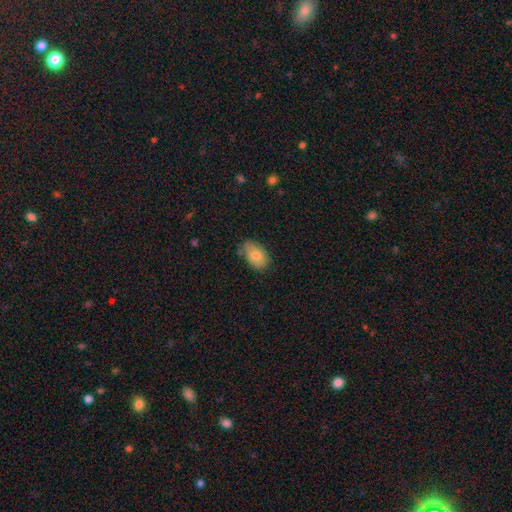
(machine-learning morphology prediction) Smooth or featured? smooth (80%)
How rounded? in between (89%)
Merging? none (72%)